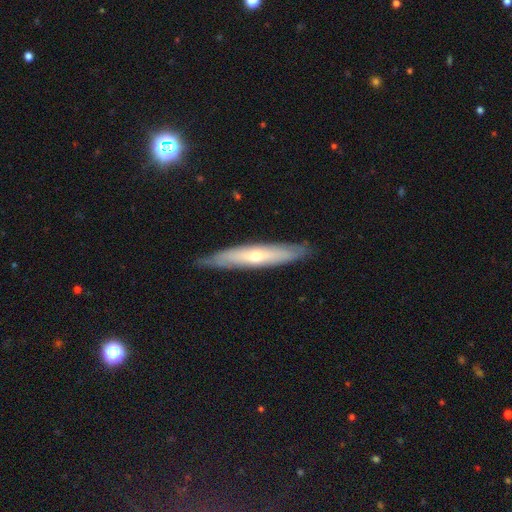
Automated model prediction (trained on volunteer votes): featured or disk 55%, smooth 39%, star or artifact 6%. Down the decision tree: edge-on disk — yes (76%); merging — none (85%).